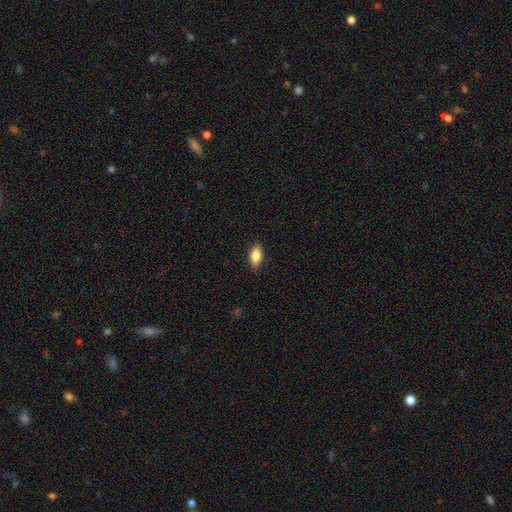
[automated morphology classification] This appears to be a smooth galaxy with no disk features (83%) that is in between round and cigar-shaped (88%). Merging: none (88%).